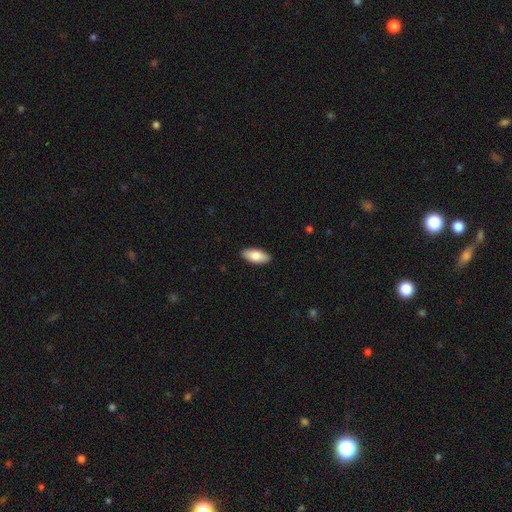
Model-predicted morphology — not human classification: A smooth galaxy with no disk features (83%) that is in between round and cigar-shaped (88%).

Vote fractions:
- Smooth or featured? smooth: 83% / featured or disk: 12% / star or artifact: 6%
- How rounded? in between: 88% / cigar-shaped: 10% / round: 2%
- Merging? none: 90% / minor disturbance: 7% / major disturbance: 2% / merger: 1%